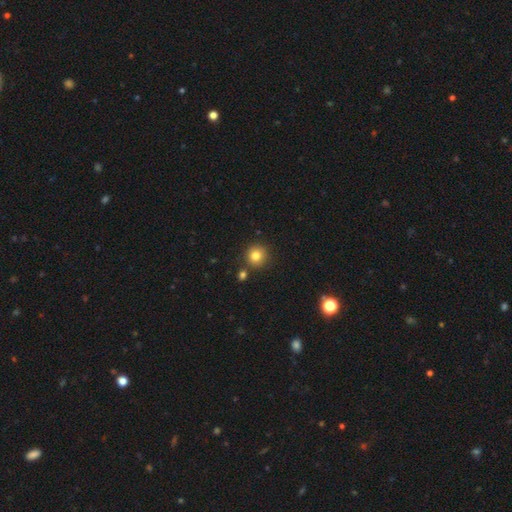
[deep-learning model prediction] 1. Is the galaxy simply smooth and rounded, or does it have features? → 82% smooth, 11% star or artifact, 6% featured or disk.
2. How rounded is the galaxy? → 92% round, 7% in between, 1% cigar-shaped.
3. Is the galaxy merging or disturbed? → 82% none, 8% minor disturbance, 7% merger, 2% major disturbance.